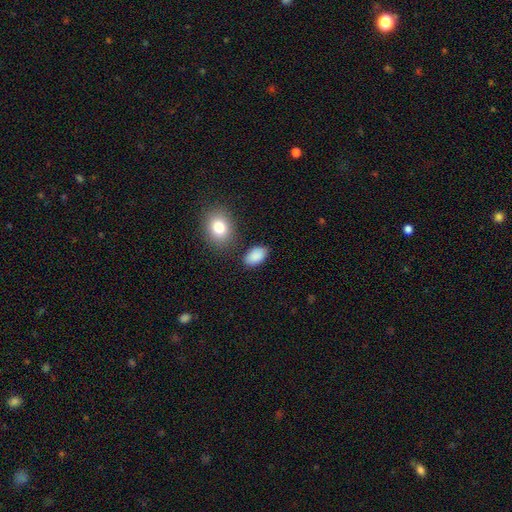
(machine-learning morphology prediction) smooth 88%, star or artifact 7%, featured or disk 4%. Down the decision tree: how rounded — in between (92%); merging — none (80%).